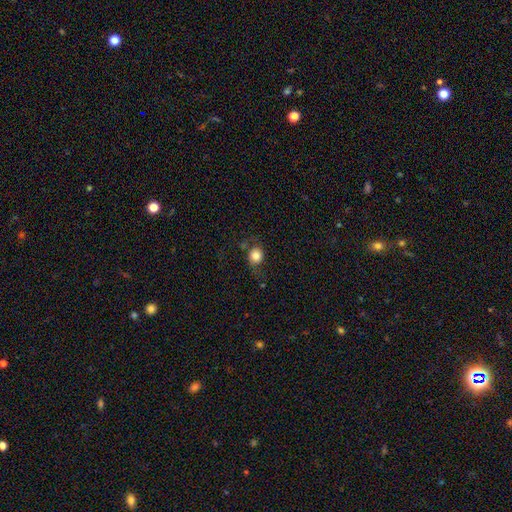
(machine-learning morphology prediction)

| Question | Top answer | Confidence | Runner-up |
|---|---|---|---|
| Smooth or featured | smooth | 77% | featured or disk (13%) |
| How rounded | round | 76% | in between (23%) |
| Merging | none | 63% | minor disturbance (21%) |